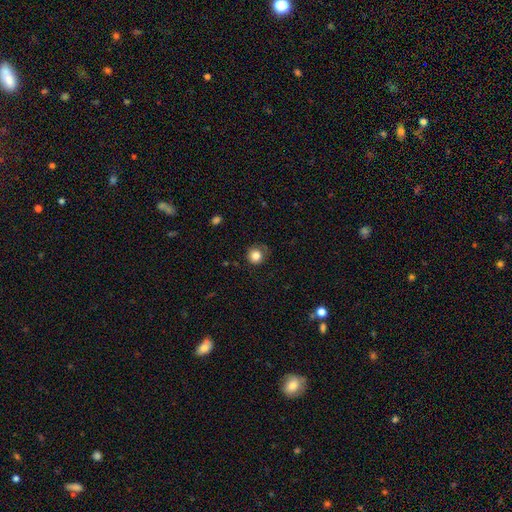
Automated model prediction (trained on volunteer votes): smooth 82%, star or artifact 10%, featured or disk 7%. Down the decision tree: how rounded — round (92%); merging — none (74%).